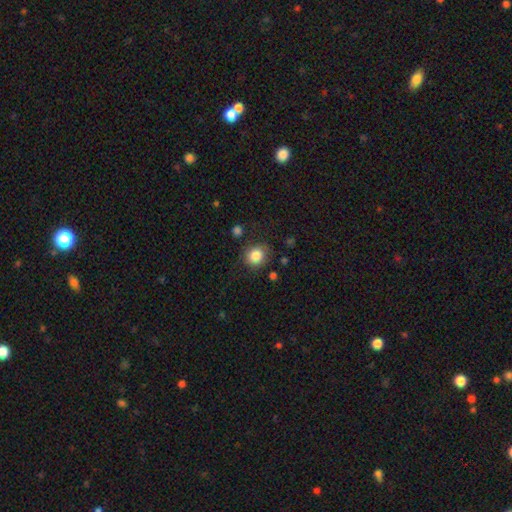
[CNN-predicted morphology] A smooth galaxy with no disk features (85%) that is round (84%).

Vote fractions:
- Smooth or featured? smooth: 85% / star or artifact: 10% / featured or disk: 5%
- How rounded? round: 84% / in between: 15% / cigar-shaped: 1%
- Merging? none: 82% / minor disturbance: 12% / major disturbance: 4% / merger: 3%